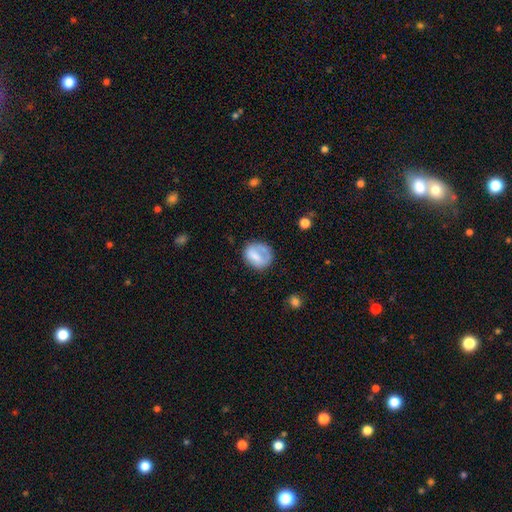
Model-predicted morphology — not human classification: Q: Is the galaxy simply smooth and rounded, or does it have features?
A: smooth — 65%.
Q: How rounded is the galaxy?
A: round — 66%.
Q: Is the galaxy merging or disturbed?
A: none — 56%.